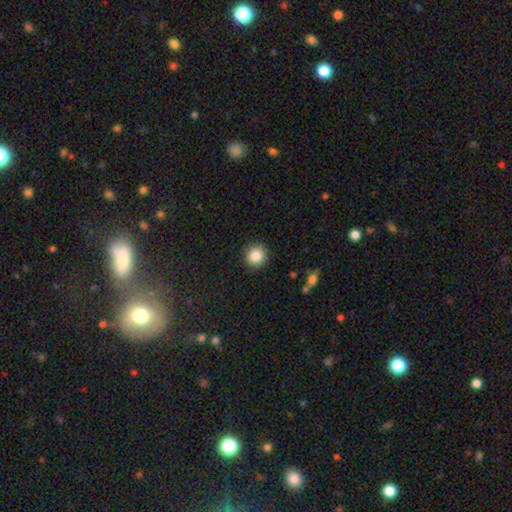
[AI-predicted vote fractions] A smooth galaxy with no disk features (86%) that is round (92%). Merging: none (90%).